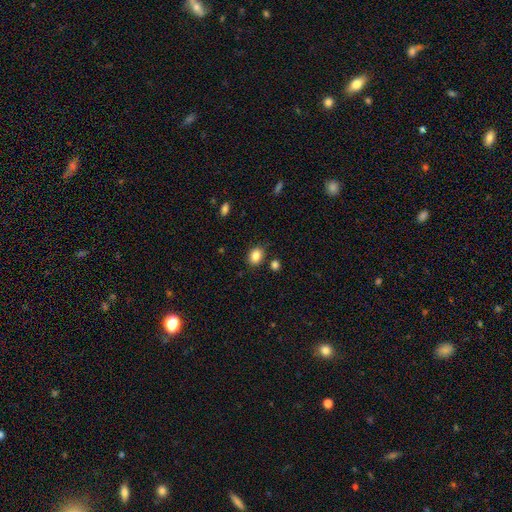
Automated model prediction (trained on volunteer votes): Q: Smooth or featured?
A: smooth (86%); runner-up: star or artifact (9%)
Q: How rounded?
A: in between (59%); runner-up: round (40%)
Q: Merging?
A: none (81%); runner-up: minor disturbance (11%)